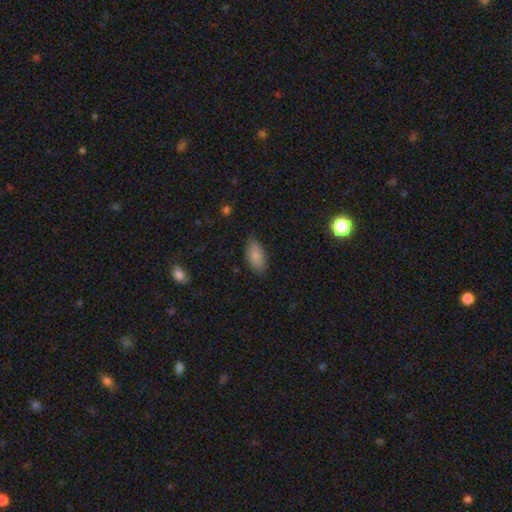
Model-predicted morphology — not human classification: Smooth or featured? smooth (86%)
How rounded? in between (92%)
Merging? none (77%)